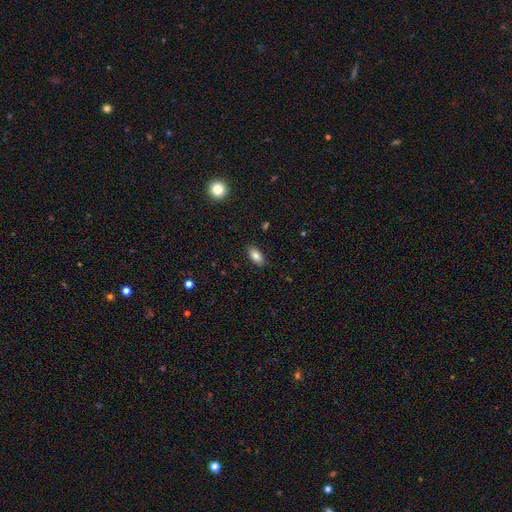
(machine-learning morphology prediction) smooth-or-featured: smooth: 85% | star or artifact: 9% | featured or disk: 7%
  how-rounded: in between: 90% | cigar-shaped: 6% | round: 4%
  merging: none: 87% | minor disturbance: 10% | major disturbance: 2% | merger: 1%